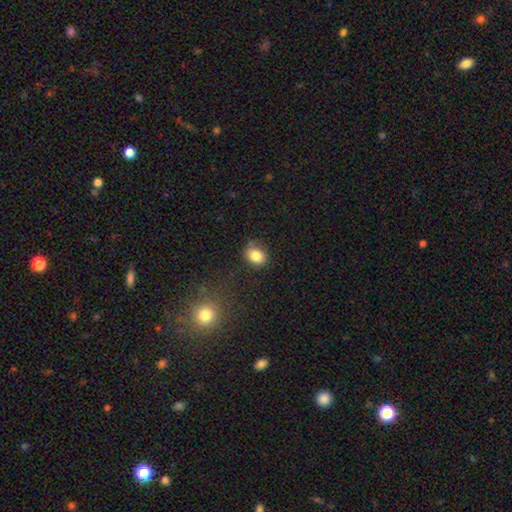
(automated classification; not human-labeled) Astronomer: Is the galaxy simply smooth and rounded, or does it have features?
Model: smooth — 83%.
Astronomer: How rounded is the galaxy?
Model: in between — 51% (runner-up: round, 48%).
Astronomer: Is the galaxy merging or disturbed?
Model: none — 74%.